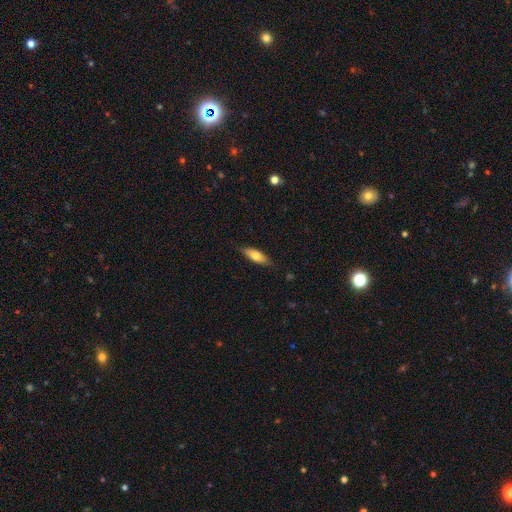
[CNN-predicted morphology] A smooth galaxy with no disk features (69%) that is in between round and cigar-shaped (58%). Merging: none (83%).